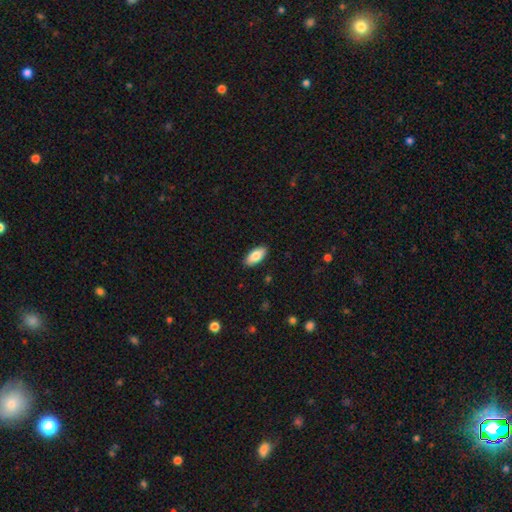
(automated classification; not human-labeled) Smooth or featured?
  - smooth: 85% *
  - featured or disk: 9%
  - star or artifact: 6%
How rounded?
  - in between: 91% *
  - cigar-shaped: 7%
  - round: 2%
Merging?
  - none: 90% *
  - minor disturbance: 8%
  - major disturbance: 2%
  - merger: 1%